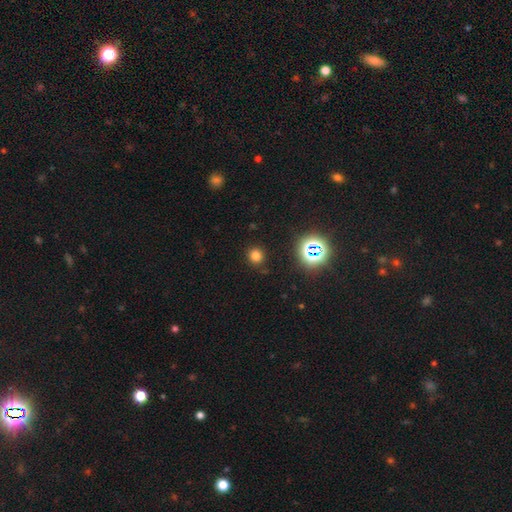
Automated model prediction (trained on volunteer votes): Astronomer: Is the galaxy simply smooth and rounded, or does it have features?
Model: smooth — 73%.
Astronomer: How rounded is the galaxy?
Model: round — 87%.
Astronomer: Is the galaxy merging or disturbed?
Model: none — 87%.